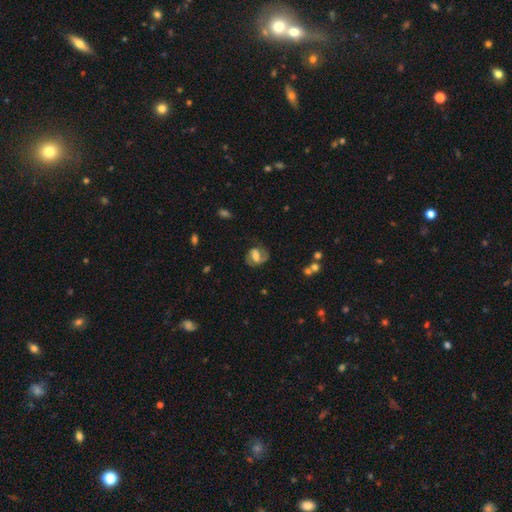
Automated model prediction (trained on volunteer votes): A featured or disk galaxy (62%) with a weak bar (44%), spiral arms (82%) and a moderate central bulge (49%).

Vote fractions:
- Smooth or featured? featured or disk: 62% / smooth: 30% / star or artifact: 8%
- Edge-on disk? no: 96% / yes: 4%
- Bar? weak: 44% / strong: 33% / no: 23%
- Spiral arms? yes: 82% / no: 18%
- Bulge size? moderate: 49% / small: 22% / large: 19% / none: 7% / dominant: 2%
- Merging? none: 67% / minor disturbance: 20% / major disturbance: 11% / merger: 2%